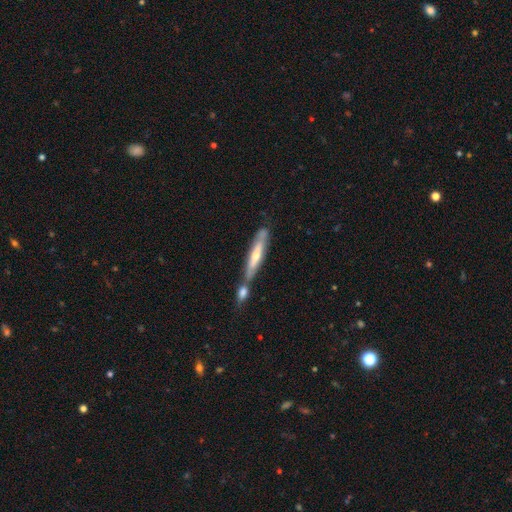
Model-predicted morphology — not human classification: The model was most divided on "merging": none: 50%, merger: 31%, minor disturbance: 15%, major disturbance: 4%. More confident: edge-on disk — yes (72%); smooth or featured — featured or disk (61%).